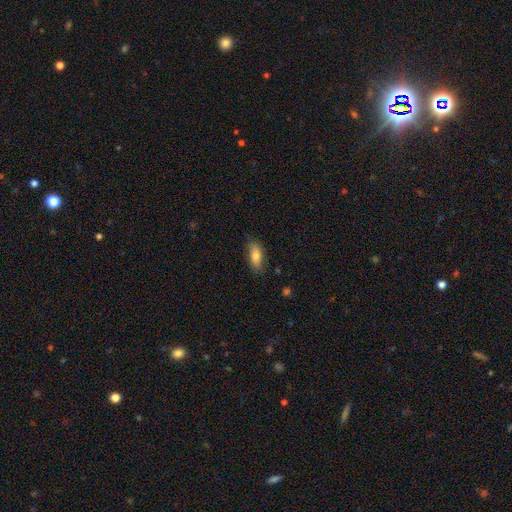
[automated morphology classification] smooth 77%, featured or disk 16%, star or artifact 7%. Down the decision tree: how rounded — in between (79%); merging — none (79%).